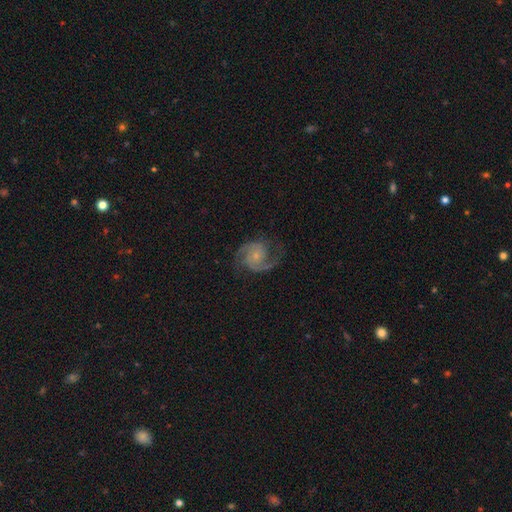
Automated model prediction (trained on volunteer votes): Overall: featured or disk (89%). Edge-on disk: no (98%). Bar: no (68%). Spiral arms: yes (98%). Spiral arm count: 2 (88%). Spiral winding: medium (57%; tight 25%). Bulge size: small (71%). Merging: none (76%).